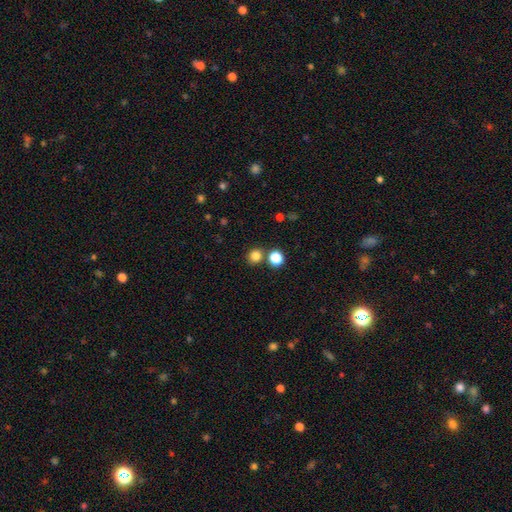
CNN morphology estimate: This is clearly a smooth galaxy (81%). How rounded: clearly round (87%). Merging: likely none (78%).